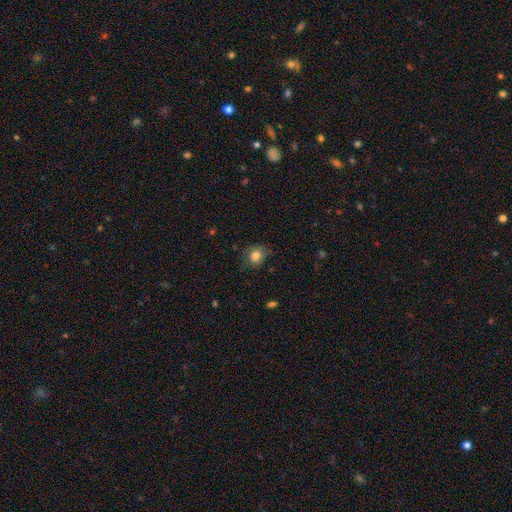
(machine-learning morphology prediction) Smooth or featured? Predicted: smooth (p=0.81). How rounded? Predicted: round (p=0.72). Merging? Predicted: none (p=0.72).